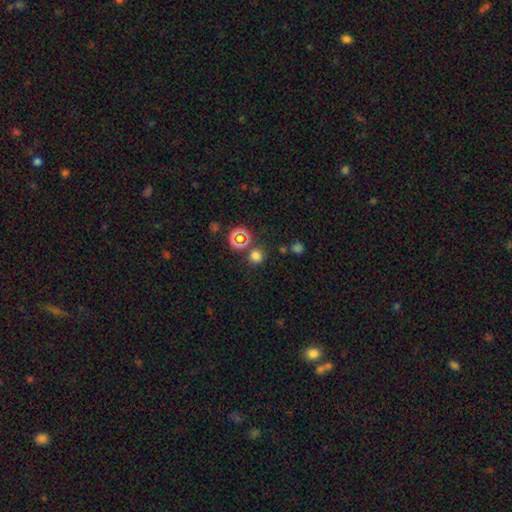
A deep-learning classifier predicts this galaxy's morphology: This is likely a smooth galaxy (71%). How rounded: clearly round (90%). Merging: likely none (80%).